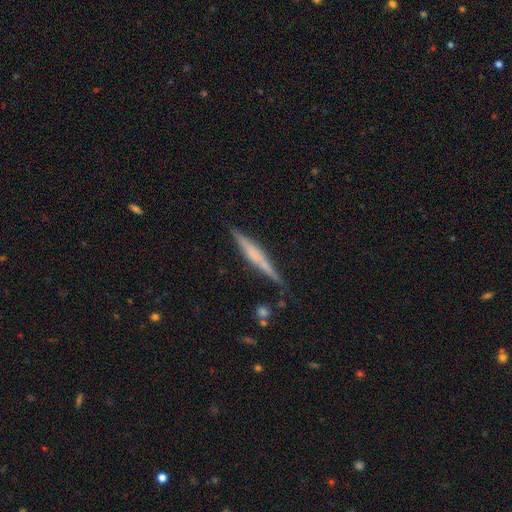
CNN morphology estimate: A featured or disk galaxy (58%) viewed edge-on (97%) with no central bulge (41%).

Vote fractions:
- Smooth or featured? featured or disk: 58% / smooth: 36% / star or artifact: 7%
- Edge-on disk? yes: 97% / no: 3%
- Edge-on bulge? none: 41% / rounded: 34% / boxy: 25%
- Merging? none: 83% / minor disturbance: 12% / major disturbance: 3% / merger: 2%